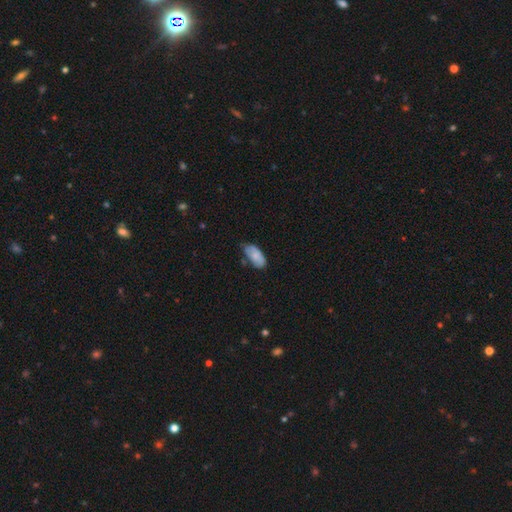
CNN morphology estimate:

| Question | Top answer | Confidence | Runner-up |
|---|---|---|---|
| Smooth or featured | smooth | 77% | featured or disk (16%) |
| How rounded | in between | 92% | cigar-shaped (5%) |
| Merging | none | 56% | minor disturbance (34%) |